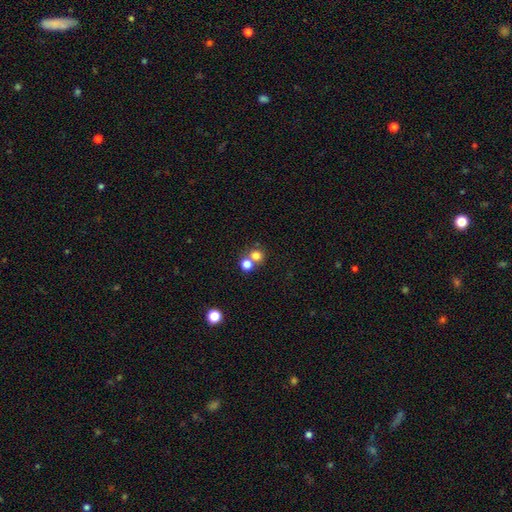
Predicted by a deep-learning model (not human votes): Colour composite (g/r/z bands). It shows a smooth galaxy with no disk features (77%) that is round (86%). Merging: none (50%).